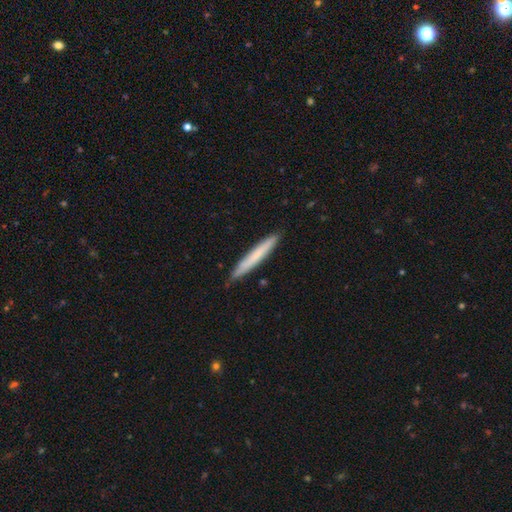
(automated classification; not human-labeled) Smooth or featured? smooth (68%)
How rounded? cigar-shaped (96%)
Merging? none (88%)